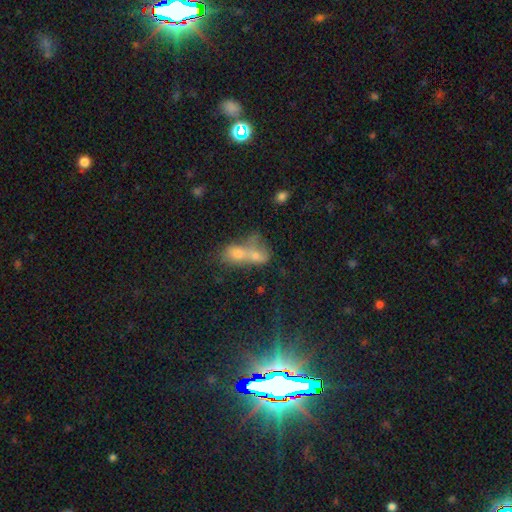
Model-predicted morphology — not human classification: This is likely a smooth galaxy (64%). How rounded: likely in between (71%). Merging: likely merger (79%).